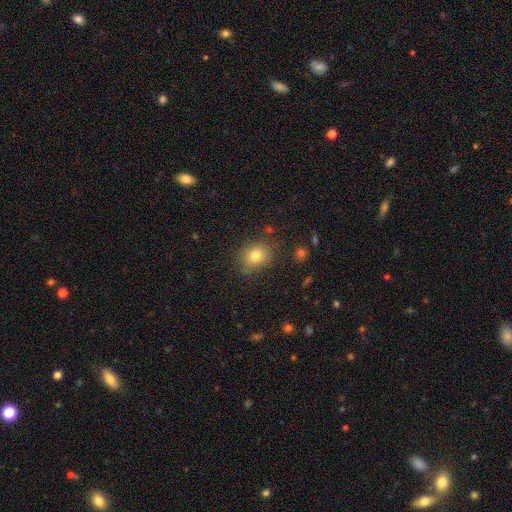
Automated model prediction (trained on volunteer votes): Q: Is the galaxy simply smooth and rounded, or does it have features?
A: smooth — 78%.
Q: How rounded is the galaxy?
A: round — 59%.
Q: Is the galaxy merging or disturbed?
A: none — 81%.